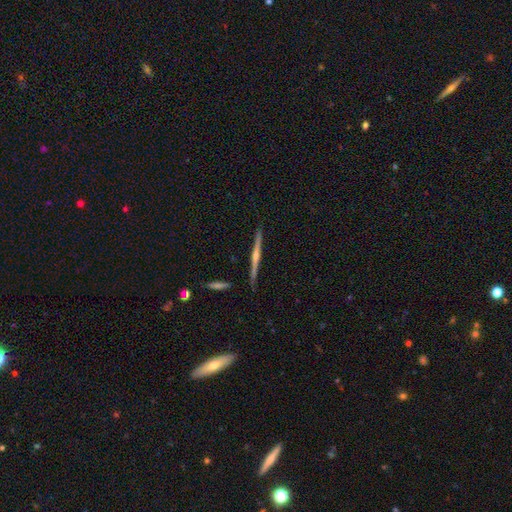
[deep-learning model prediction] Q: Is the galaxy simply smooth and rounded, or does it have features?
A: featured or disk — 76%.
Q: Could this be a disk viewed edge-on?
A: yes — 98%.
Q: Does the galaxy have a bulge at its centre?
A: rounded — 72%.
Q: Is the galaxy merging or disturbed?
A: none — 90%.